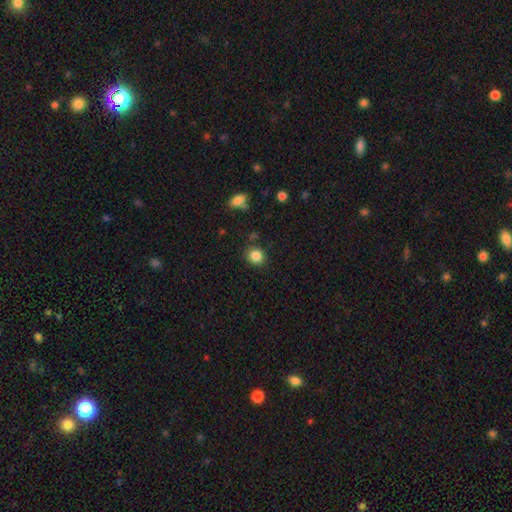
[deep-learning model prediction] Morphology: type=smooth (85%); roundness=round (85%); merging=none (85%).